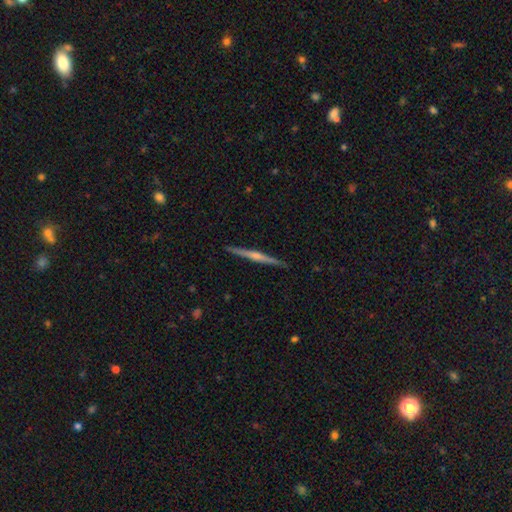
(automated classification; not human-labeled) Smooth or featured? featured or disk (74%)
Edge-on disk? yes (98%)
Edge-on bulge? rounded (73%)
Merging? none (91%)